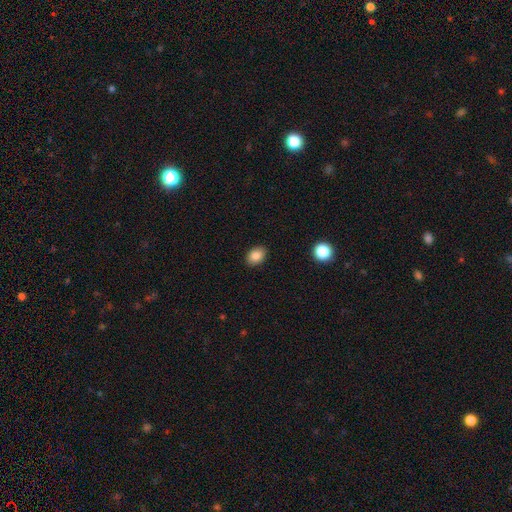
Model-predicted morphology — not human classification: Smooth or featured?
  - smooth: 86% *
  - star or artifact: 9%
  - featured or disk: 5%
How rounded?
  - in between: 72% *
  - round: 27%
  - cigar-shaped: 1%
Merging?
  - none: 89% *
  - minor disturbance: 8%
  - major disturbance: 2%
  - merger: 1%